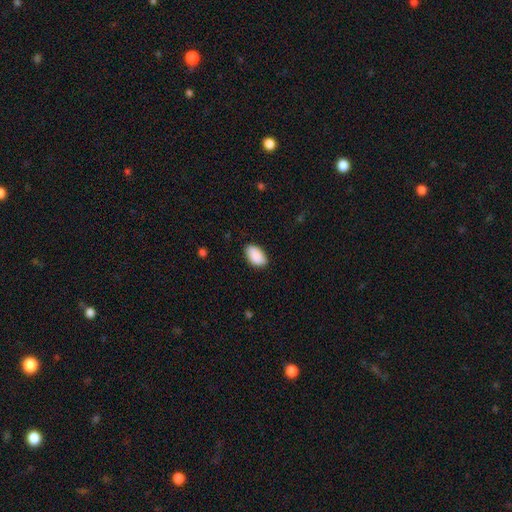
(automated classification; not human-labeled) Smooth or featured? Predicted: smooth (p=0.90). How rounded? Predicted: in between (p=0.94). Merging? Predicted: none (p=0.84).